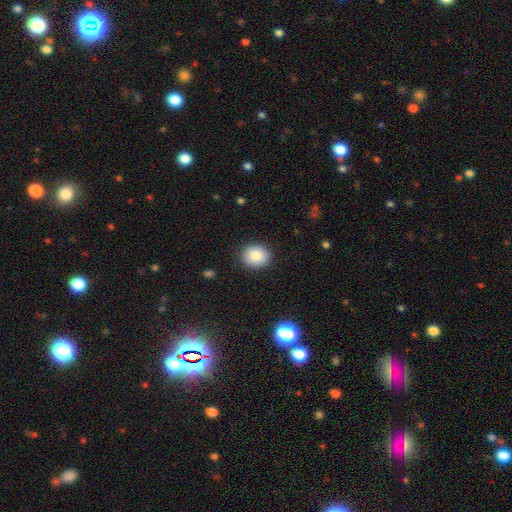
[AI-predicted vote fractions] smooth_or_featured: smooth (p=0.83) [alt: star or artifact p=0.09]
how_rounded: round (p=0.70) [alt: in between p=0.29]
merging: none (p=0.89) [alt: minor disturbance p=0.08]